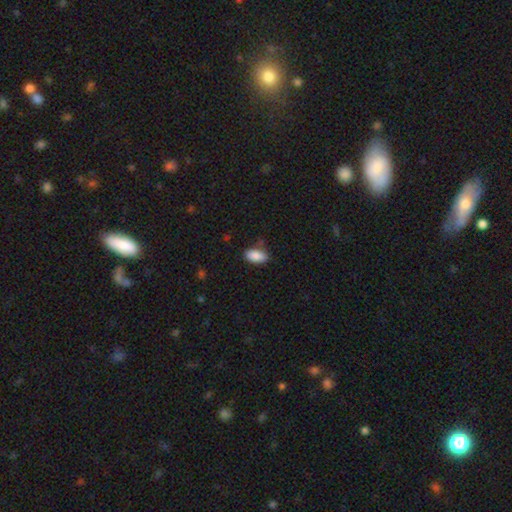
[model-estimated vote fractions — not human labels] smooth-or-featured: smooth: 88% | star or artifact: 7% | featured or disk: 5%
  how-rounded: in between: 92% | cigar-shaped: 5% | round: 3%
  merging: none: 80% | minor disturbance: 14% | major disturbance: 3% | merger: 3%